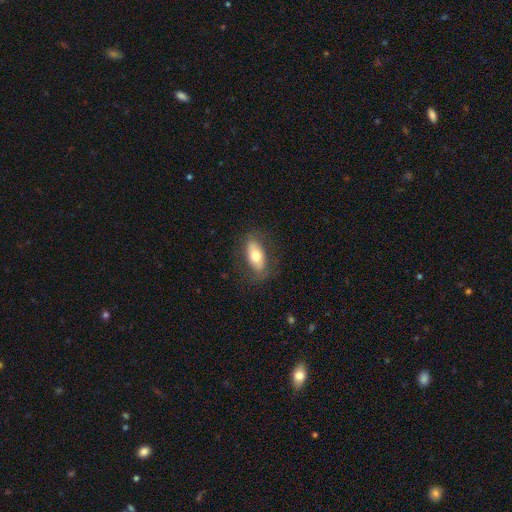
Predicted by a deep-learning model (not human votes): Smooth or featured? smooth (65%)
How rounded? in between (86%)
Merging? none (79%)